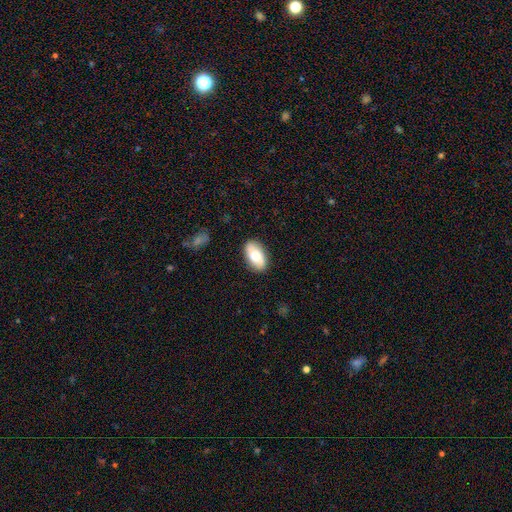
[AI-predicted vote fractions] Smooth or featured: smooth — 65% (featured or disk — 29%)
How rounded: in between — 93% (round — 5%)
Merging: none — 87% (minor disturbance — 10%)